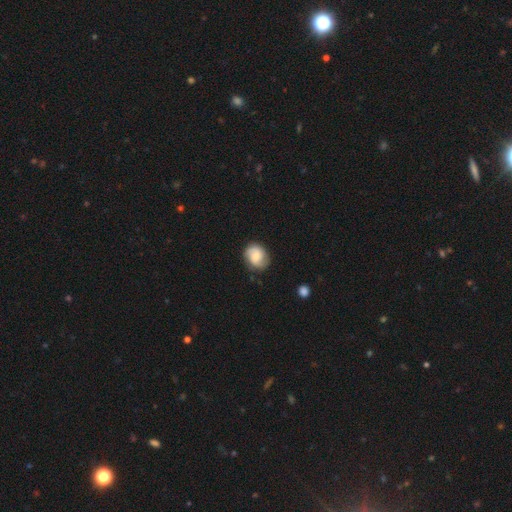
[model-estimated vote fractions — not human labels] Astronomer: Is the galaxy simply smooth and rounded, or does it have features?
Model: featured or disk — 47% (runner-up: smooth, 45%).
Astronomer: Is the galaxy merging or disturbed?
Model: none — 78%.